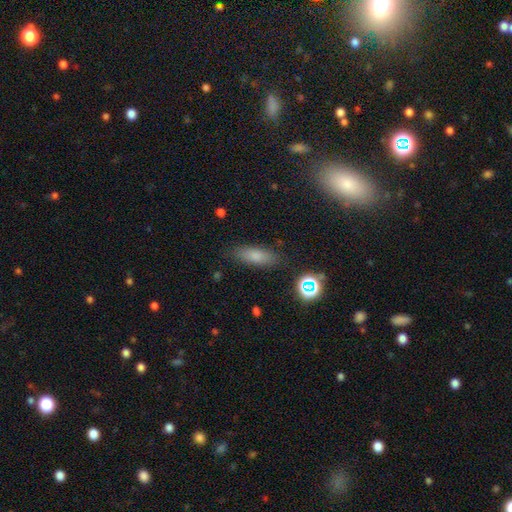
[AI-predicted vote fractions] Smooth or featured: smooth — 77% (star or artifact — 12%)
How rounded: in between — 64% (cigar-shaped — 32%)
Merging: none — 83% (minor disturbance — 12%)